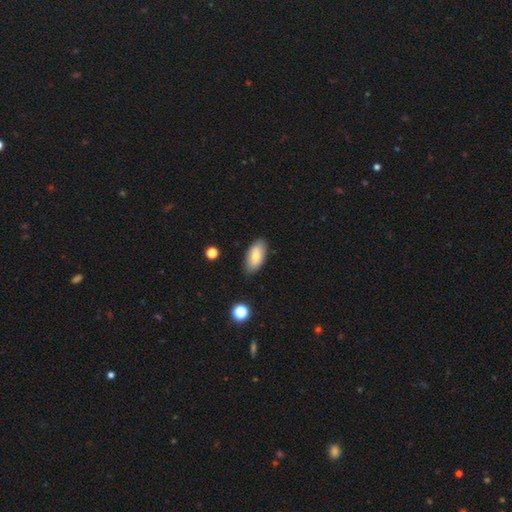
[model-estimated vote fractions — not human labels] Q: Smooth or featured?
A: smooth (71%); runner-up: featured or disk (22%)
Q: How rounded?
A: in between (92%); runner-up: cigar-shaped (5%)
Q: Merging?
A: none (83%); runner-up: minor disturbance (13%)